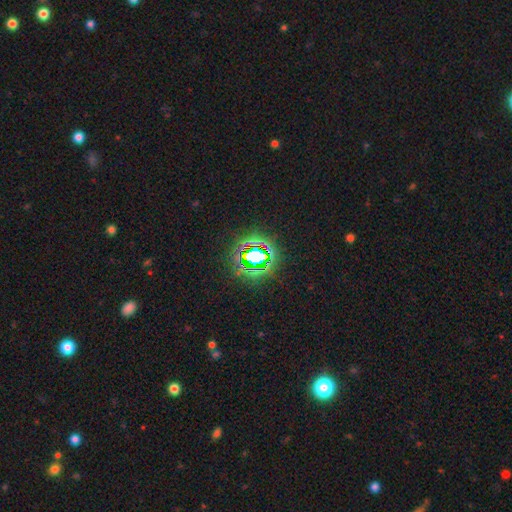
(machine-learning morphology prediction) smooth_or_featured: star or artifact (p=0.73) [alt: smooth p=0.16]